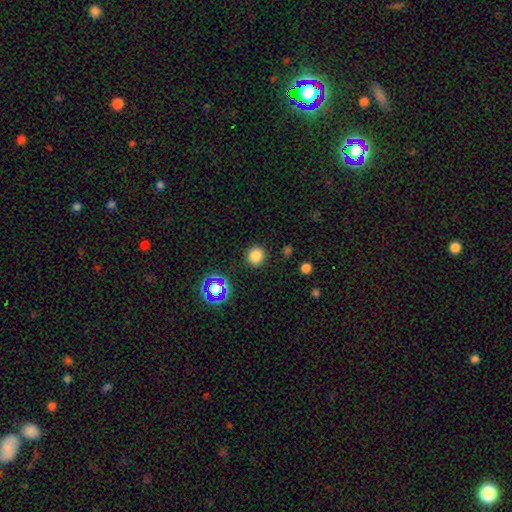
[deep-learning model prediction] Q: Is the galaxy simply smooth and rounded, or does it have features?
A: smooth — 80%.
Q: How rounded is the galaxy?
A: round — 85%.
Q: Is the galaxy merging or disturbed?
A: none — 89%.